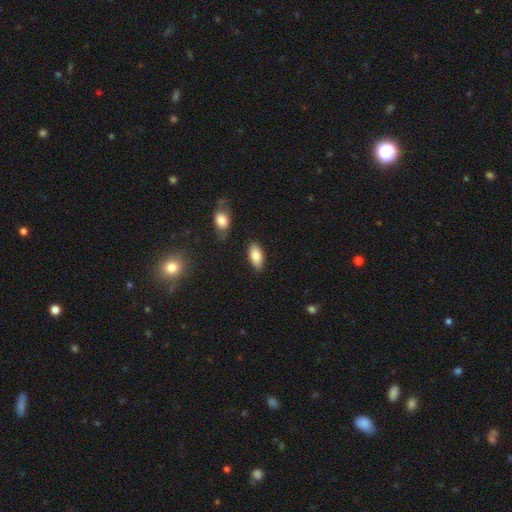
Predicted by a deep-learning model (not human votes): Morphology: type=smooth (82%); roundness=in between (89%); merging=none (85%).